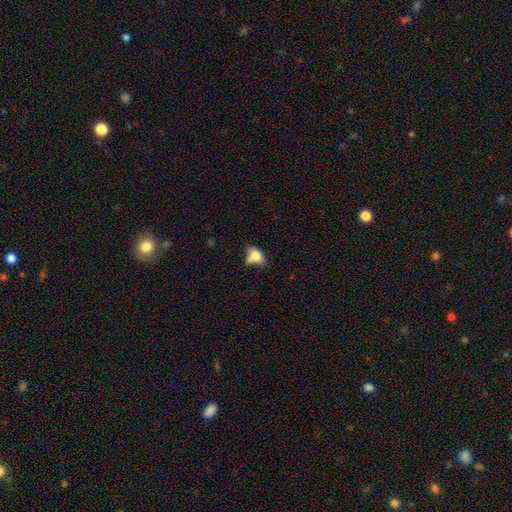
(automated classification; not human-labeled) A smooth galaxy with no disk features (73%) that is in between round and cigar-shaped (76%).

Vote fractions:
- Smooth or featured? smooth: 73% / featured or disk: 17% / star or artifact: 10%
- How rounded? in between: 76% / round: 21% / cigar-shaped: 3%
- Merging? none: 38% / merger: 34% / minor disturbance: 19% / major disturbance: 9%